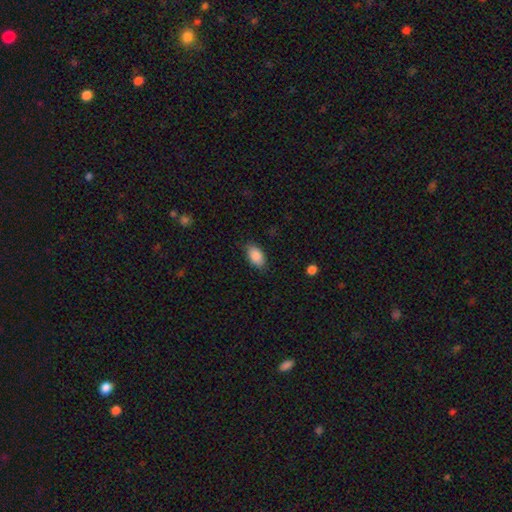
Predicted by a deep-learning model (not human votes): A smooth galaxy with no disk features (88%) that is in between round and cigar-shaped (93%). Merging: none (82%).